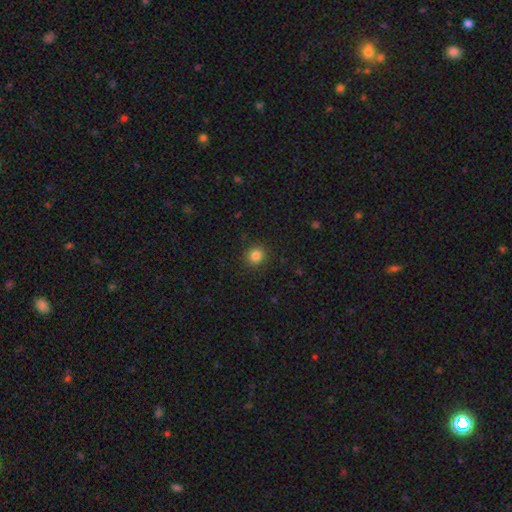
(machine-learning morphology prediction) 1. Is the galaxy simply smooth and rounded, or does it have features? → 84% smooth, 12% star or artifact, 4% featured or disk.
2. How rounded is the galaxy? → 87% round, 12% in between, 1% cigar-shaped.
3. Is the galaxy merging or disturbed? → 91% none, 6% minor disturbance, 2% major disturbance, 1% merger.